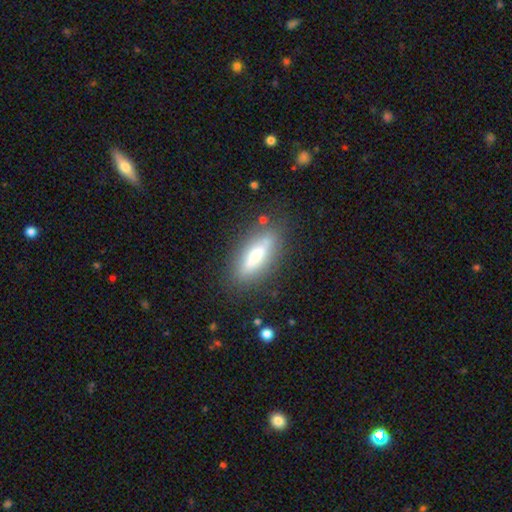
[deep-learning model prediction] smooth_or_featured: smooth (p=0.52) [alt: featured or disk p=0.40]
how_rounded: in between (p=0.55) [alt: cigar-shaped p=0.42]
merging: none (p=0.80) [alt: minor disturbance p=0.13]